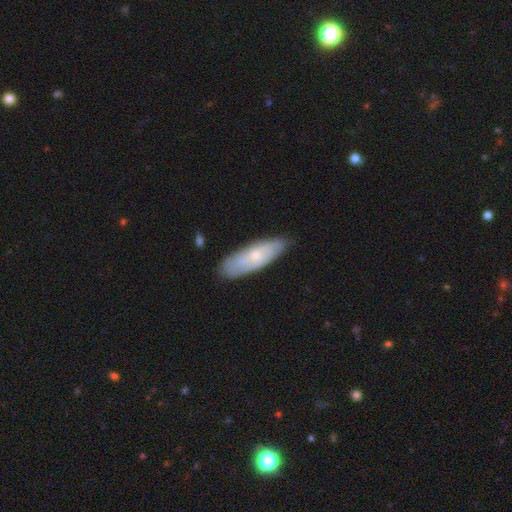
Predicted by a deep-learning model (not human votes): This is possibly a featured or disk galaxy (49%). Merging: likely none (80%).